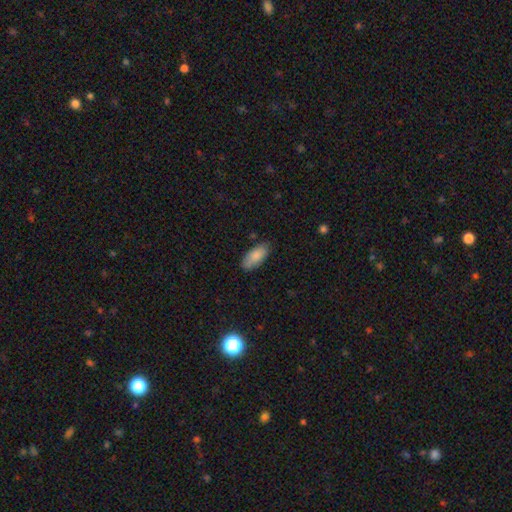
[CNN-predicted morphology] This is clearly a smooth galaxy (84%). How rounded: clearly in between (88%). Merging: likely none (79%).